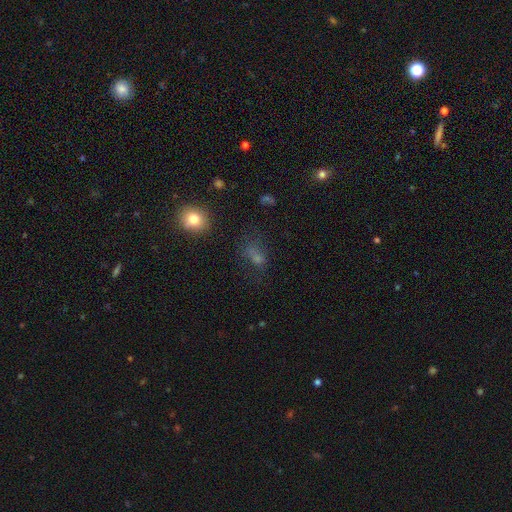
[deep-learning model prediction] Smooth or featured? Predicted: smooth (p=0.55). How rounded? Predicted: in between (p=0.63). Merging? Predicted: none (p=0.48).